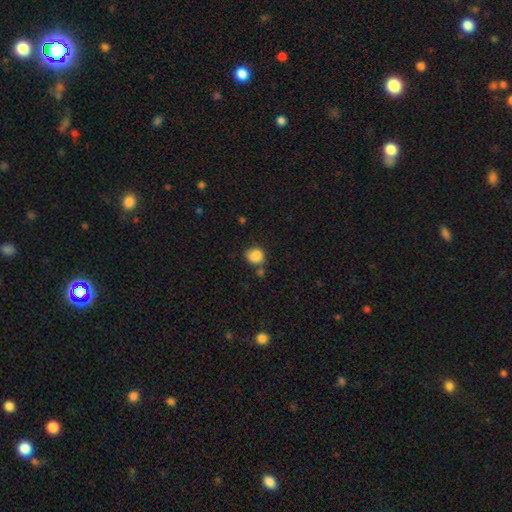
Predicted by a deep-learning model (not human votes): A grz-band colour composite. It shows a smooth galaxy with no disk features (85%) that is round (70%). Merging: none (65%).